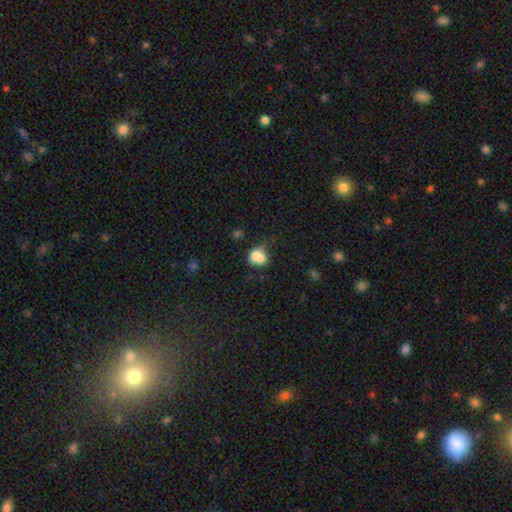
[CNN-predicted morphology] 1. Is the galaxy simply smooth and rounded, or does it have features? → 71% smooth, 18% featured or disk, 10% star or artifact.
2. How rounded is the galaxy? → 60% round, 39% in between, 1% cigar-shaped.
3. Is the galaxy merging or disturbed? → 55% merger, 26% none, 12% minor disturbance, 6% major disturbance.